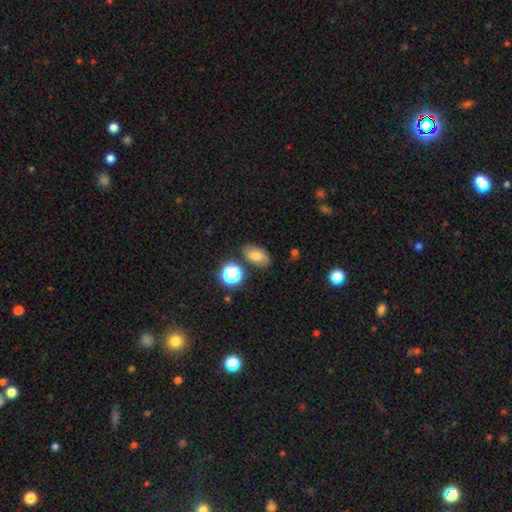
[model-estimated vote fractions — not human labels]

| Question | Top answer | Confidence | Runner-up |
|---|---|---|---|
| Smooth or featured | smooth | 70% | featured or disk (15%) |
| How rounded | in between | 85% | round (13%) |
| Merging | none | 76% | minor disturbance (15%) |